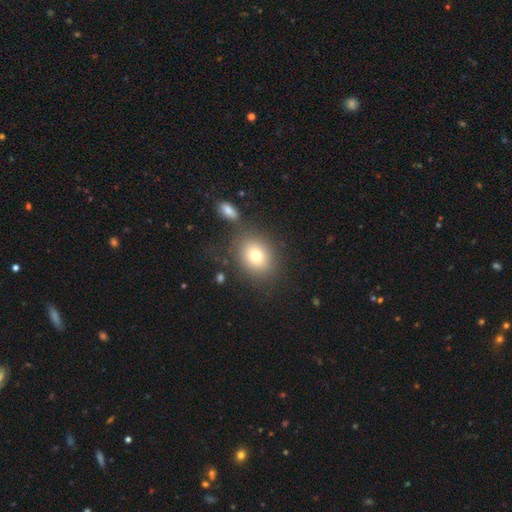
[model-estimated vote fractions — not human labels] Smooth or featured: smooth — 75% (featured or disk — 13%)
How rounded: round — 61% (in between — 38%)
Merging: none — 75% (minor disturbance — 11%)